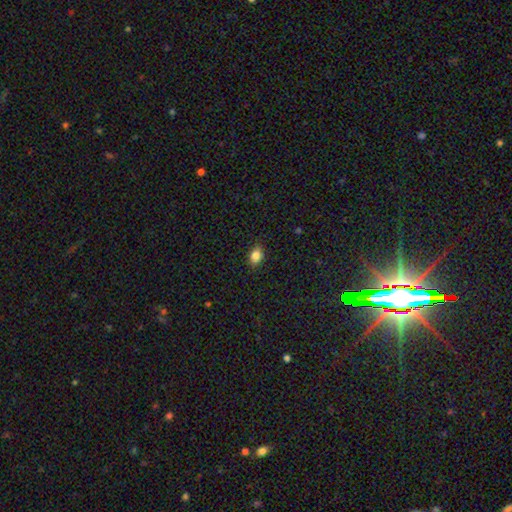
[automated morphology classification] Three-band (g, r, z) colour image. It shows a smooth galaxy with no disk features (84%) that is in between round and cigar-shaped (71%). Merging: none (86%).